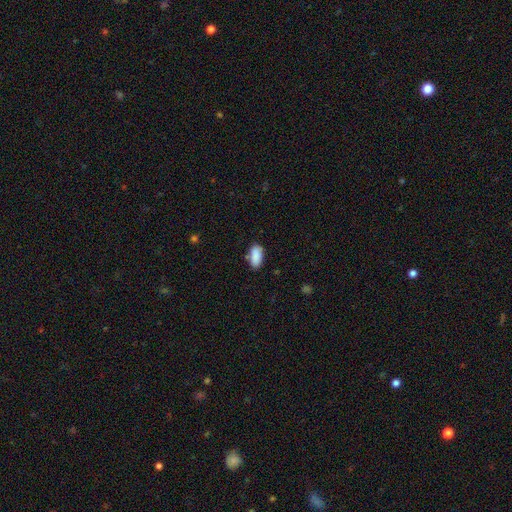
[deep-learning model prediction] Morphology: type=smooth (89%); roundness=in between (91%); merging=none (77%).